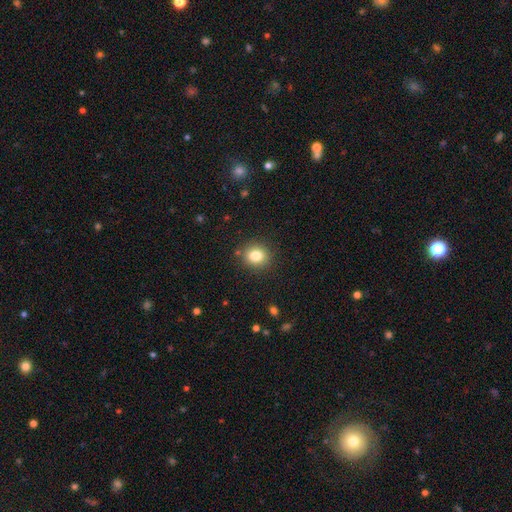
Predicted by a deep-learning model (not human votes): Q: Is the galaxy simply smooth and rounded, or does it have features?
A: smooth — 82%.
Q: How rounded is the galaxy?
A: round — 78%.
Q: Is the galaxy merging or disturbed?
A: none — 87%.